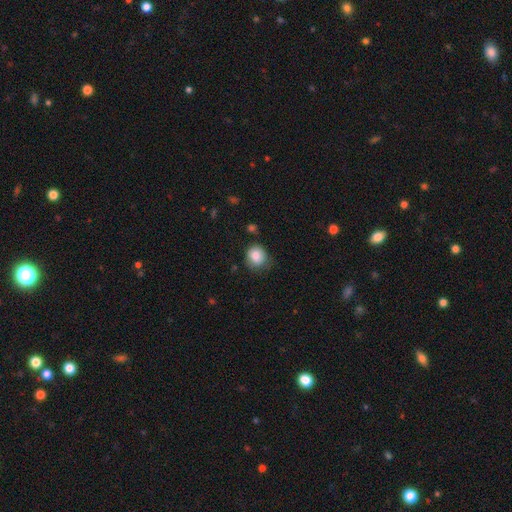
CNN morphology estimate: Smooth or featured: smooth — 84% (star or artifact — 9%)
How rounded: round — 78% (in between — 21%)
Merging: none — 67% (minor disturbance — 24%)